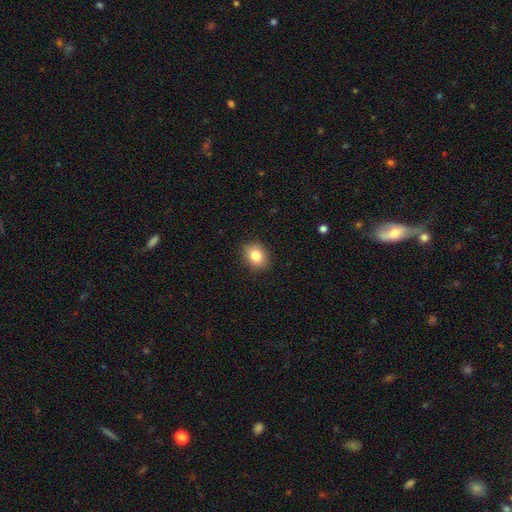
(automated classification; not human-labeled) Q: Smooth or featured?
A: smooth (84%); runner-up: star or artifact (9%)
Q: How rounded?
A: in between (55%); runner-up: round (43%)
Q: Merging?
A: none (88%); runner-up: minor disturbance (9%)